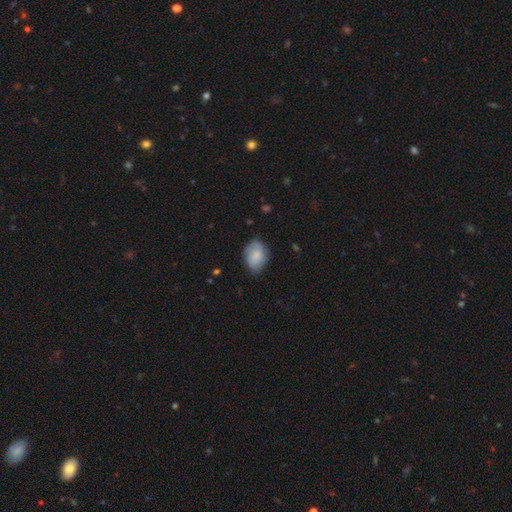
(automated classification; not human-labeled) Smooth or featured: smooth — 78% (featured or disk — 15%)
How rounded: in between — 81% (round — 18%)
Merging: none — 69% (minor disturbance — 25%)